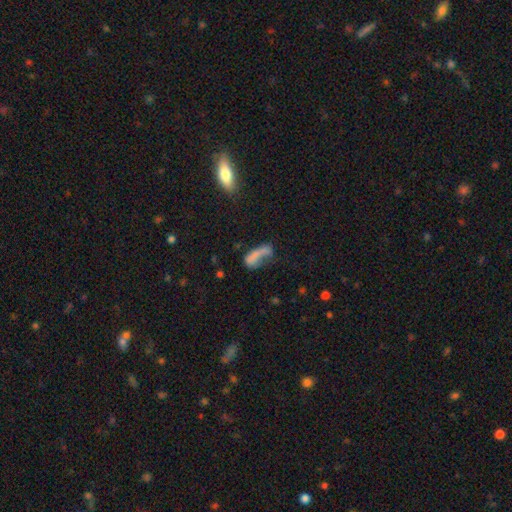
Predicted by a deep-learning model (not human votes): smooth-or-featured: smooth: 64% | featured or disk: 24% | star or artifact: 12%
  how-rounded: in between: 61% | cigar-shaped: 34% | round: 5%
  merging: major disturbance: 39% | none: 28% | minor disturbance: 20% | merger: 13%